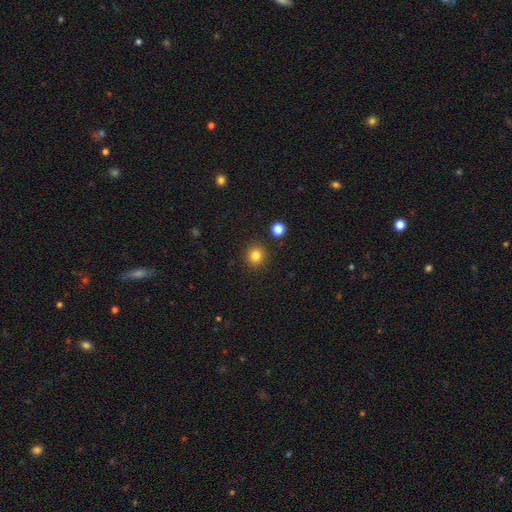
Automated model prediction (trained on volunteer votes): Q: Smooth or featured?
A: smooth (83%); runner-up: star or artifact (12%)
Q: How rounded?
A: round (90%); runner-up: in between (9%)
Q: Merging?
A: none (90%); runner-up: minor disturbance (6%)